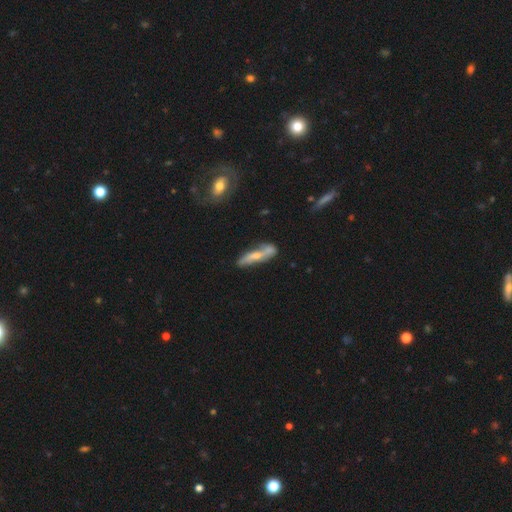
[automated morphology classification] The model was most divided on "edge-on disk": no: 59%, yes: 41%. More confident: merging — none (59%); smooth or featured — featured or disk (59%).